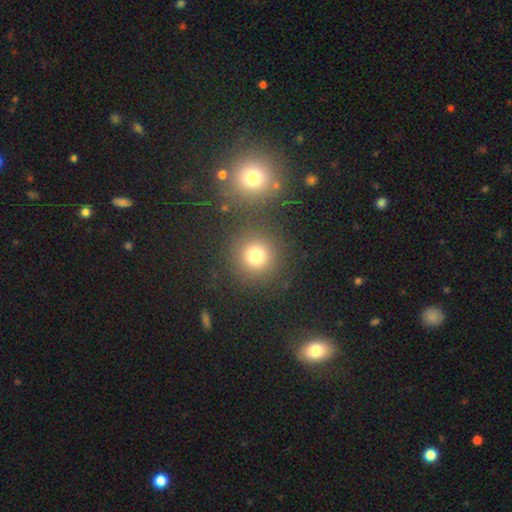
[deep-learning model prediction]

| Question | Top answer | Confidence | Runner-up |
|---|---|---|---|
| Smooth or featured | smooth | 75% | star or artifact (17%) |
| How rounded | round | 93% | in between (6%) |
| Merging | none | 80% | merger (9%) |